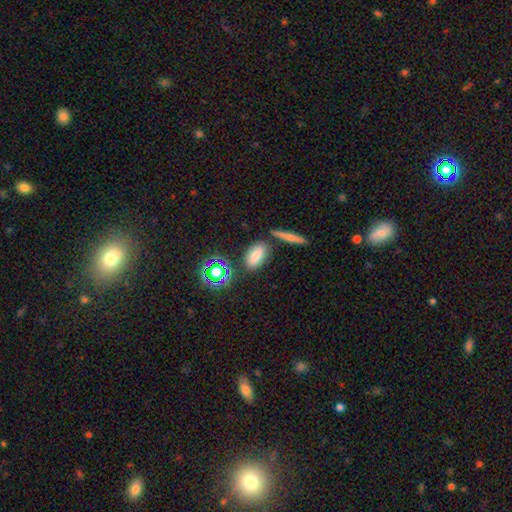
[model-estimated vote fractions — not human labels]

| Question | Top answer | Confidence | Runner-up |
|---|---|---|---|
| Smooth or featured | smooth | 76% | star or artifact (14%) |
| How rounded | in between | 85% | cigar-shaped (7%) |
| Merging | none | 78% | minor disturbance (12%) |